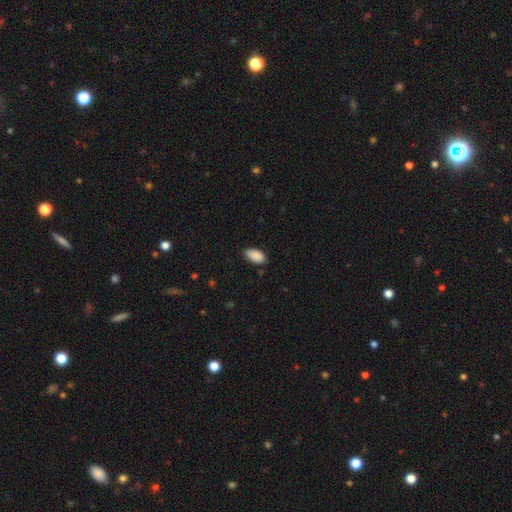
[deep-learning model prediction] Smooth or featured? smooth (90%)
How rounded? in between (95%)
Merging? none (84%)